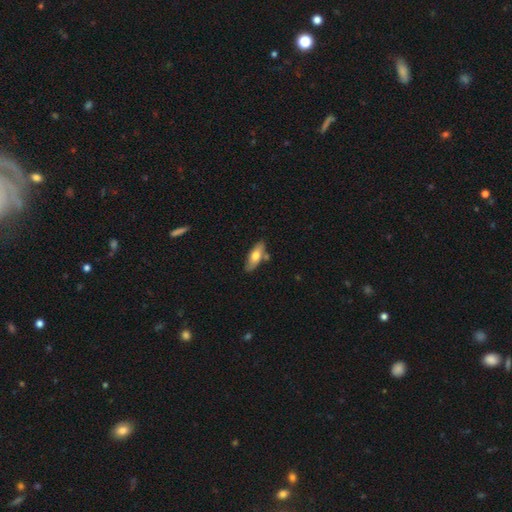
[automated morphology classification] Q: Smooth or featured?
A: smooth (65%); runner-up: featured or disk (29%)
Q: How rounded?
A: in between (71%); runner-up: cigar-shaped (26%)
Q: Merging?
A: none (74%); runner-up: minor disturbance (15%)